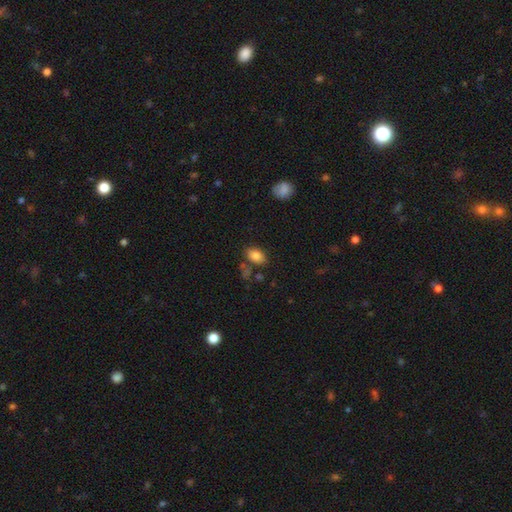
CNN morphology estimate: Overall: smooth (84%). How rounded: in between (89%). Merging: none (73%).